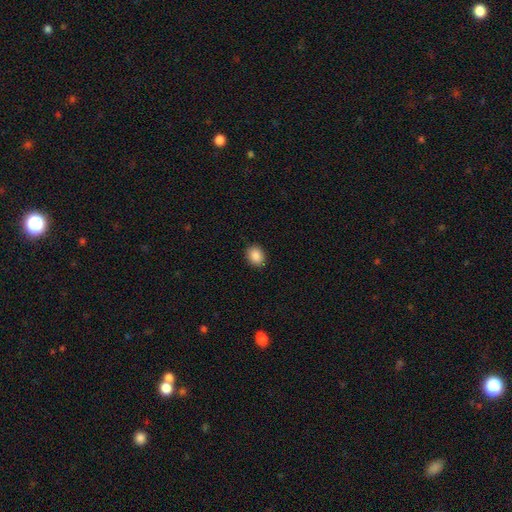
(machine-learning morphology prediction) smooth 88%, star or artifact 9%, featured or disk 3%. Down the decision tree: how rounded — in between (54%); merging — none (90%).